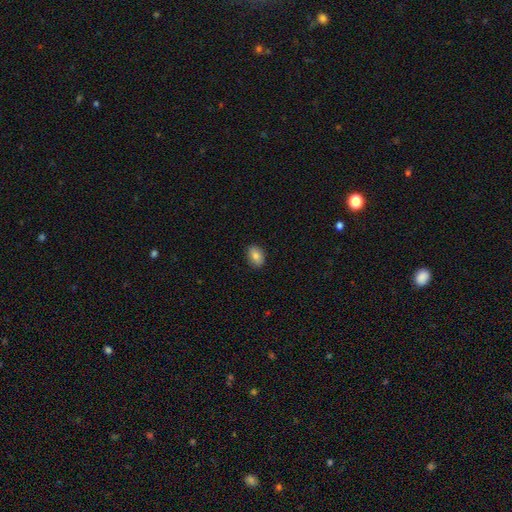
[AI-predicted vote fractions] The model was most divided on "how rounded": in between: 77%, round: 21%, cigar-shaped: 1%. More confident: merging — none (89%); smooth or featured — smooth (83%).